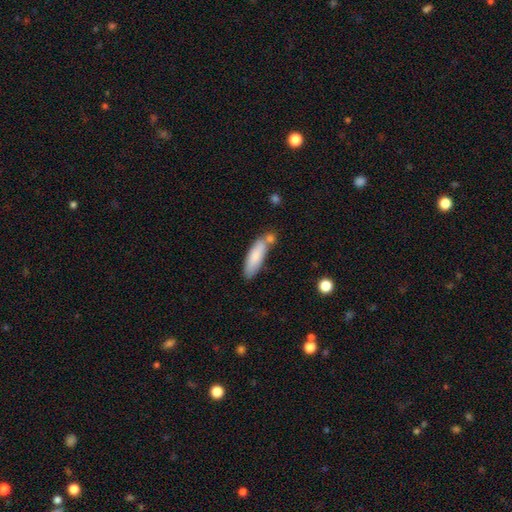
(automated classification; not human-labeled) Morphology: type=smooth (80%); roundness=cigar-shaped (57%); merging=none (60%).